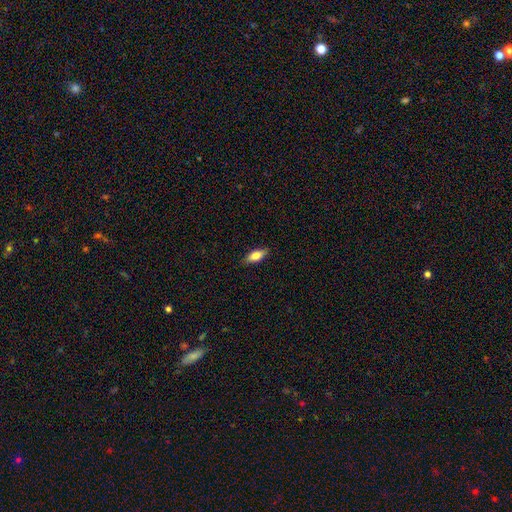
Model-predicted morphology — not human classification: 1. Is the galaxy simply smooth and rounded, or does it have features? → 70% smooth, 23% featured or disk, 7% star or artifact.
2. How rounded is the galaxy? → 71% in between, 26% cigar-shaped, 3% round.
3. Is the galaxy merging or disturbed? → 88% none, 9% minor disturbance, 2% major disturbance, 1% merger.